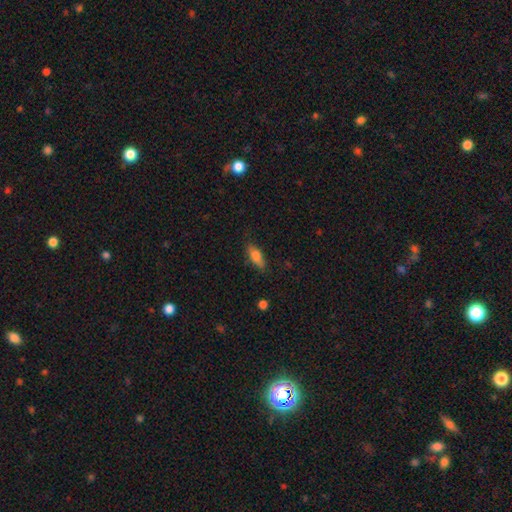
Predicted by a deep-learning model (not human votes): Smooth or featured: smooth — 79% (featured or disk — 14%)
How rounded: in between — 70% (cigar-shaped — 28%)
Merging: none — 77% (minor disturbance — 18%)